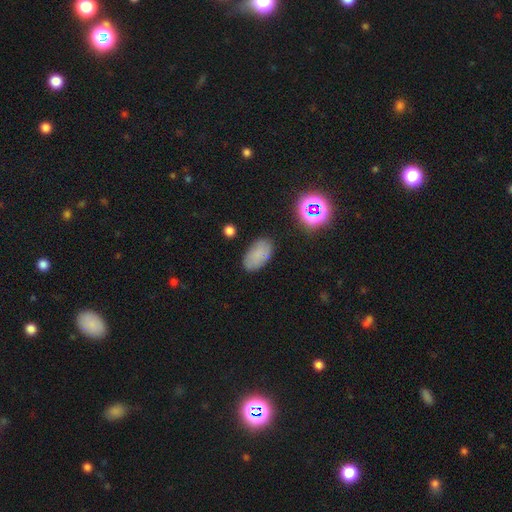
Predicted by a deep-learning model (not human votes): smooth 75%, star or artifact 15%, featured or disk 10%. Down the decision tree: how rounded — in between (93%); merging — none (82%).